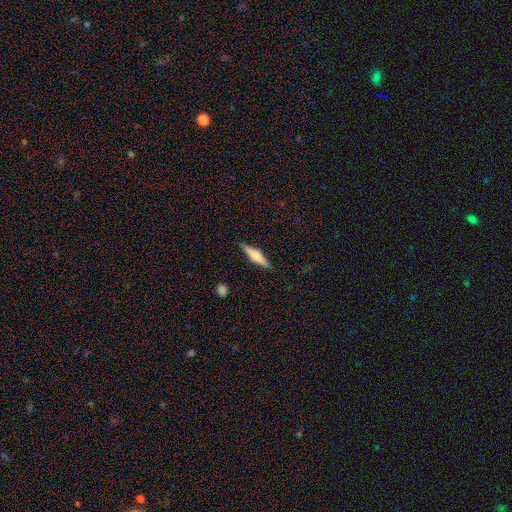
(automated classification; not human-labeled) Overall: featured or disk (56%; smooth 38%). Edge-on disk: yes (97%). Edge-on bulge: rounded (82%). Merging: none (90%).